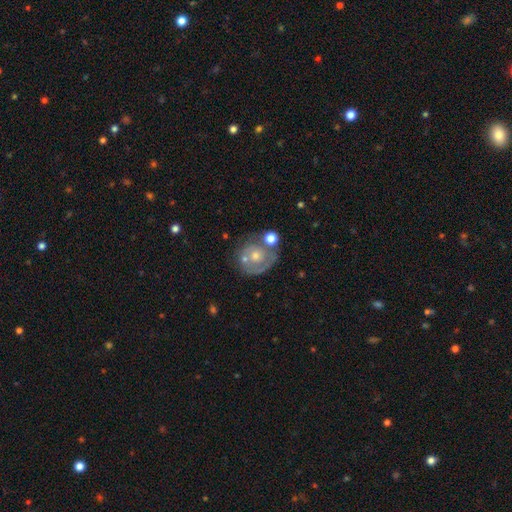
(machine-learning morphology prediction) Overall: featured or disk (61%; smooth 30%). Edge-on disk: no (97%). Bar: no (86%). Spiral arms: yes (55%; no 45%). Bulge size: moderate (52%; small 38%). Merging: none (55%; minor disturbance 18%).